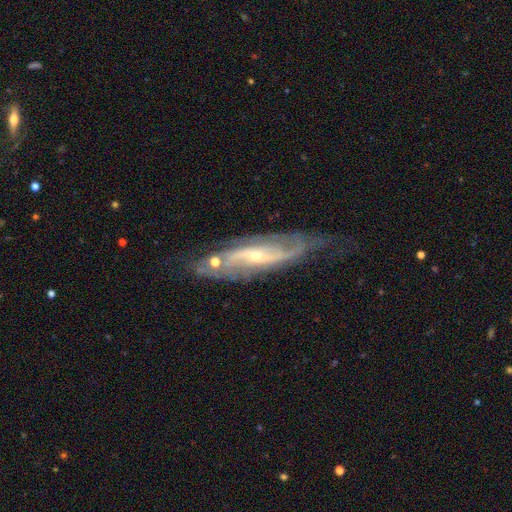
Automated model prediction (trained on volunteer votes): Smooth or featured? Predicted: featured or disk (p=0.85). Edge-on disk? Predicted: no (p=0.82). Bar? Predicted: weak (p=0.40). Spiral arms? Predicted: yes (p=0.95). Spiral winding? Predicted: medium (p=0.43). Spiral arm count? Predicted: 2 (p=0.72). Bulge size? Predicted: small (p=0.69). Merging? Predicted: none (p=0.61).